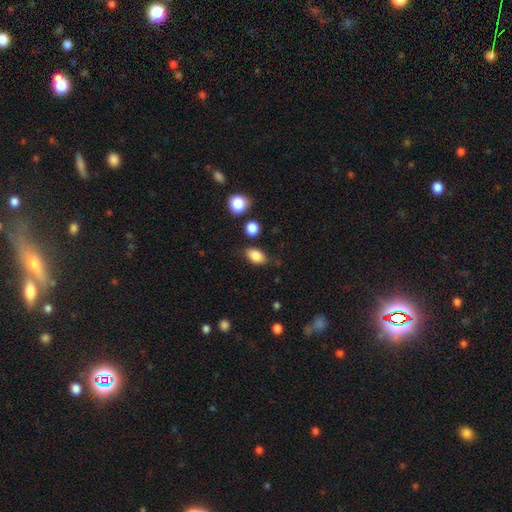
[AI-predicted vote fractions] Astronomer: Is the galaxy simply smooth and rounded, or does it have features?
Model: smooth — 84%.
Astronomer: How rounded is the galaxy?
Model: in between — 86%.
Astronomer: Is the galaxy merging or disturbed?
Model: none — 78%.